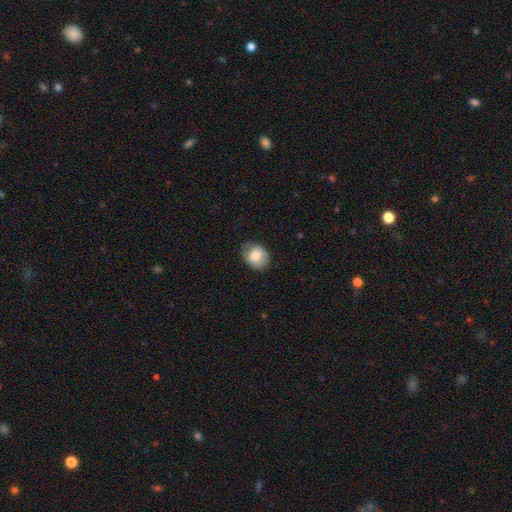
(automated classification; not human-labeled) Morphology: type=smooth (73%); roundness=in between (53%); merging=none (72%).